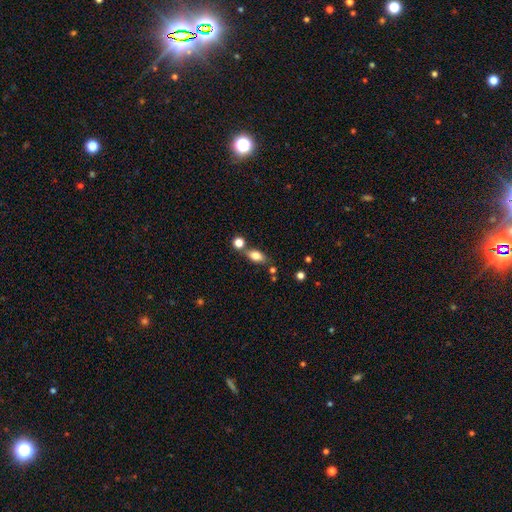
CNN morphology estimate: The model was most divided on "merging": none: 64%, merger: 19%, minor disturbance: 13%, major disturbance: 4%. More confident: how rounded — in between (81%); smooth or featured — smooth (79%).